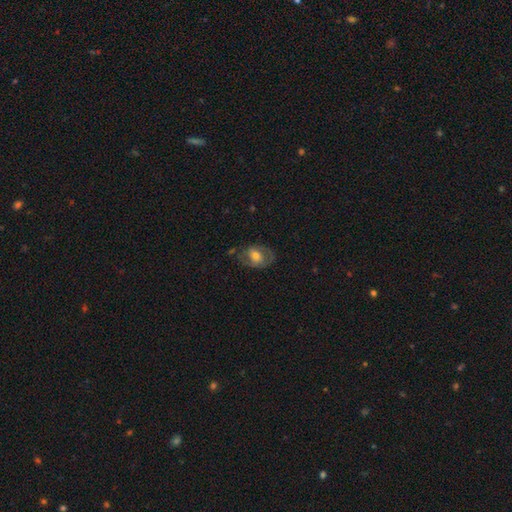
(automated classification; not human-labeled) smooth_or_featured: smooth (p=0.48) [alt: featured or disk p=0.45]
merging: none (p=0.61) [alt: minor disturbance p=0.23]